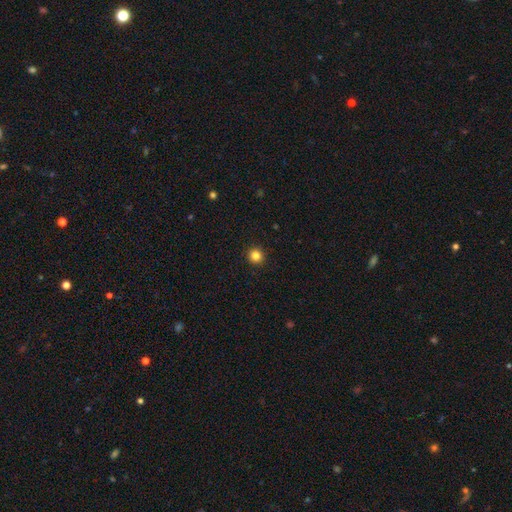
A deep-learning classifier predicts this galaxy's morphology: Smooth or featured: smooth — 84% (star or artifact — 12%)
How rounded: round — 95% (in between — 4%)
Merging: none — 94% (minor disturbance — 4%)